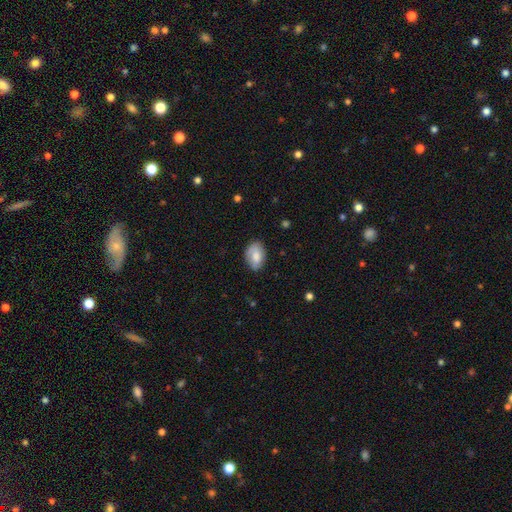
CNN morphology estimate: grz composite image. It shows a smooth galaxy with no disk features (76%) that is in between round and cigar-shaped (87%). Merging: none (70%).